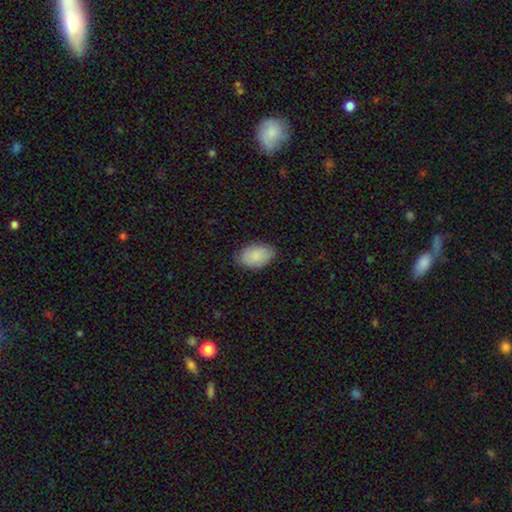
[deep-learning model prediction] Smooth or featured: smooth — 89% (star or artifact — 6%)
How rounded: in between — 93% (round — 6%)
Merging: none — 83% (minor disturbance — 13%)